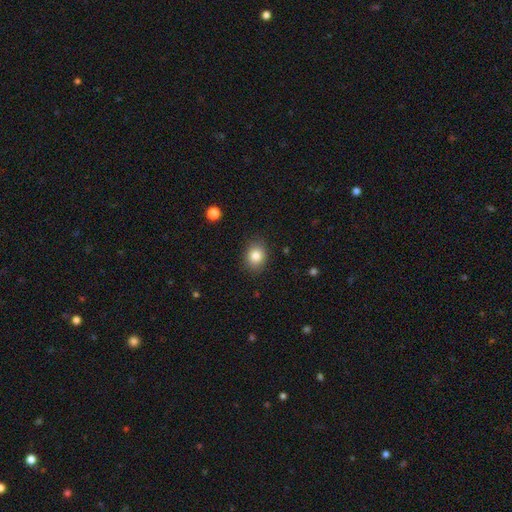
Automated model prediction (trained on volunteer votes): smooth_or_featured: smooth (p=0.84) [alt: star or artifact p=0.10]
how_rounded: round (p=0.54) [alt: in between p=0.45]
merging: none (p=0.86) [alt: minor disturbance p=0.10]